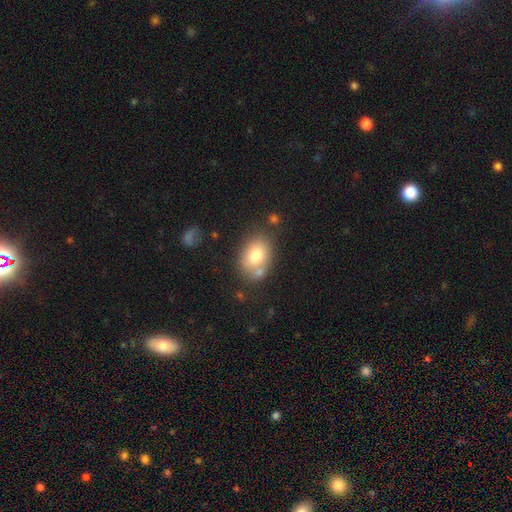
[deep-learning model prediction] Smooth or featured? smooth (76%)
How rounded? in between (68%)
Merging? none (63%)